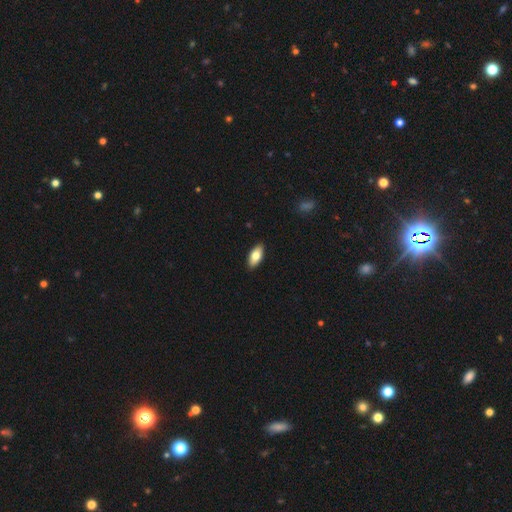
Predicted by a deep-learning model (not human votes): Q: Smooth or featured?
A: smooth (77%); runner-up: featured or disk (16%)
Q: How rounded?
A: in between (89%); runner-up: cigar-shaped (8%)
Q: Merging?
A: none (90%); runner-up: minor disturbance (8%)